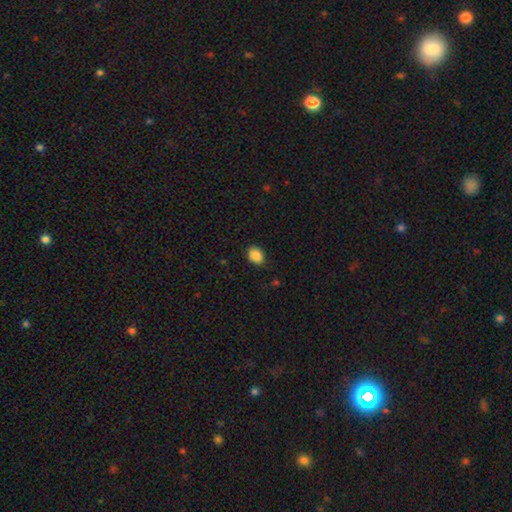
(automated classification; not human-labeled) This appears to be a smooth galaxy with no disk features (88%) that is in between round and cigar-shaped (57%). Merging: none (88%).